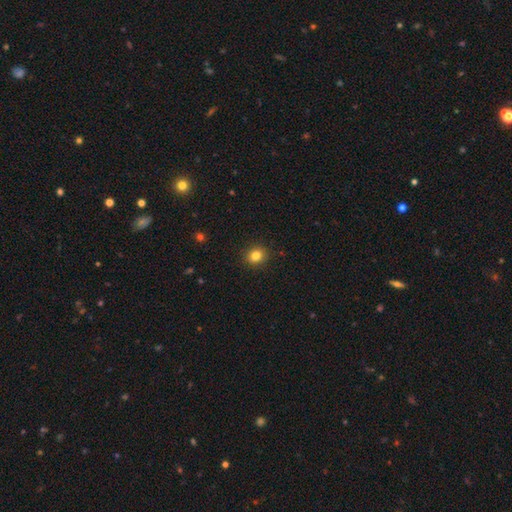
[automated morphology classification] A smooth galaxy with no disk features (82%) that is round (76%).

Vote fractions:
- Smooth or featured? smooth: 82% / star or artifact: 12% / featured or disk: 6%
- How rounded? round: 76% / in between: 23% / cigar-shaped: 1%
- Merging? none: 91% / minor disturbance: 6% / major disturbance: 2% / merger: 1%